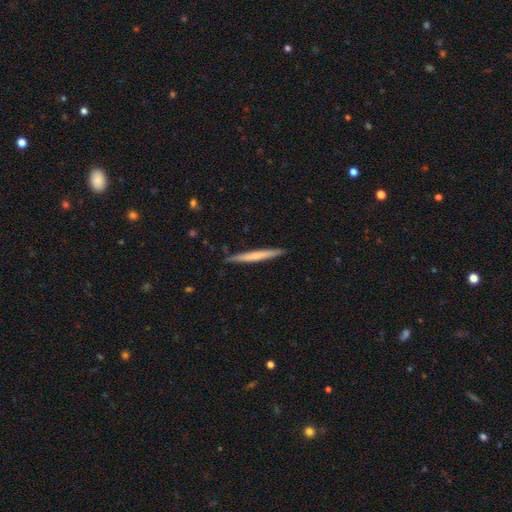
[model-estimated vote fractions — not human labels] This is possibly a smooth galaxy (55%). How rounded: clearly cigar-shaped (97%). Merging: clearly none (89%).